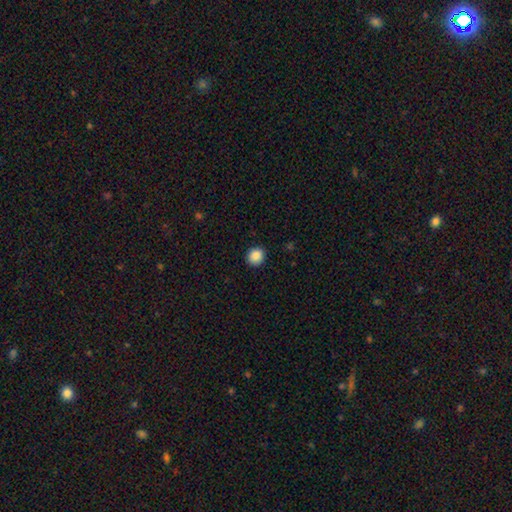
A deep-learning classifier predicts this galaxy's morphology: type=smooth (88%); roundness=round (87%); merging=none (91%).